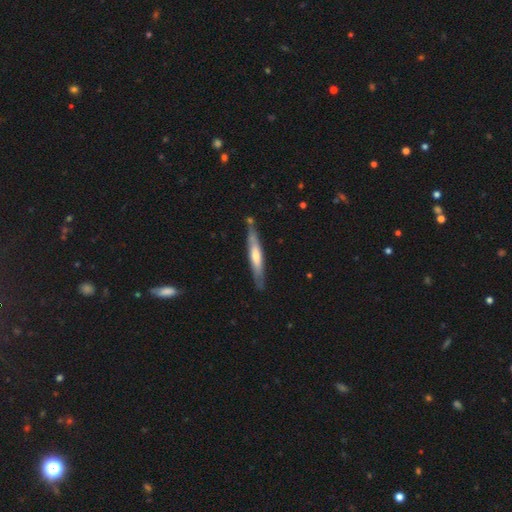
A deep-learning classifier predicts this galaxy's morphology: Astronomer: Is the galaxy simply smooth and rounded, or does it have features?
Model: featured or disk — 51% (runner-up: smooth, 44%).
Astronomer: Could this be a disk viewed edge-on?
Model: yes — 88%.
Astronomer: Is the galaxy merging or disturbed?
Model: none — 79%.